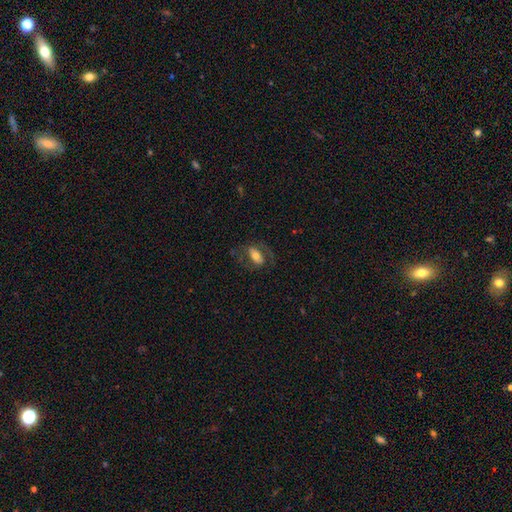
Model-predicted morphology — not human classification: Q: Smooth or featured?
A: smooth (51%); runner-up: featured or disk (42%)
Q: How rounded?
A: in between (86%); runner-up: round (7%)
Q: Merging?
A: none (62%); runner-up: major disturbance (19%)